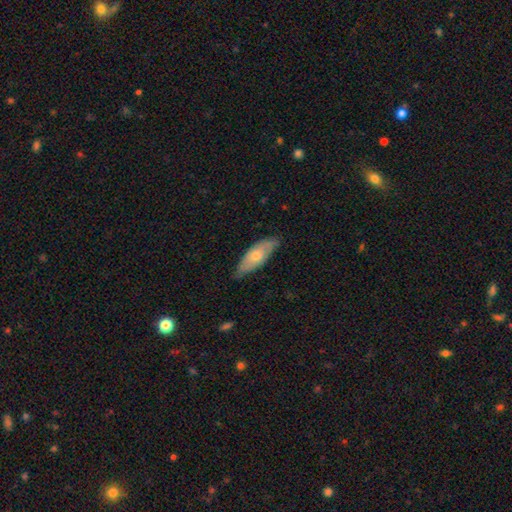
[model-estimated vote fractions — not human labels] A smooth galaxy with no disk features (56%) that is in between round and cigar-shaped (66%). Merging: none (75%).